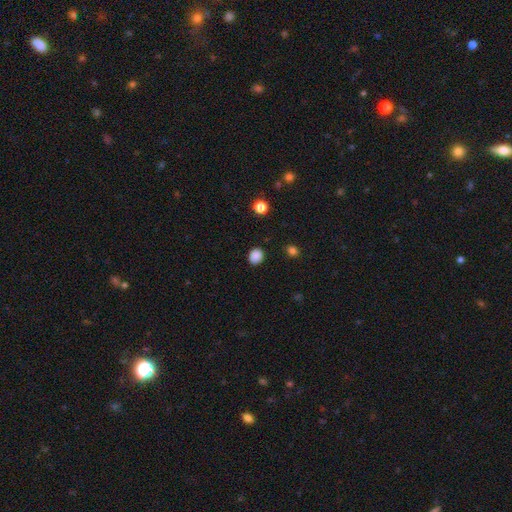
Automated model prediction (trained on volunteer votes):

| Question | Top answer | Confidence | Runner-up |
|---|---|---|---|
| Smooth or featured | smooth | 87% | star or artifact (10%) |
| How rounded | round | 63% | in between (36%) |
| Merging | none | 89% | minor disturbance (7%) |